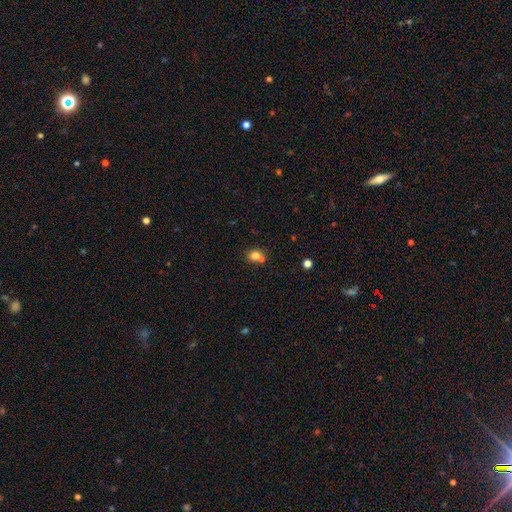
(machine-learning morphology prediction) smooth-or-featured: smooth: 76% | star or artifact: 13% | featured or disk: 11%
  how-rounded: round: 74% | in between: 25% | cigar-shaped: 1%
  merging: none: 48% | merger: 40% | minor disturbance: 8% | major disturbance: 3%